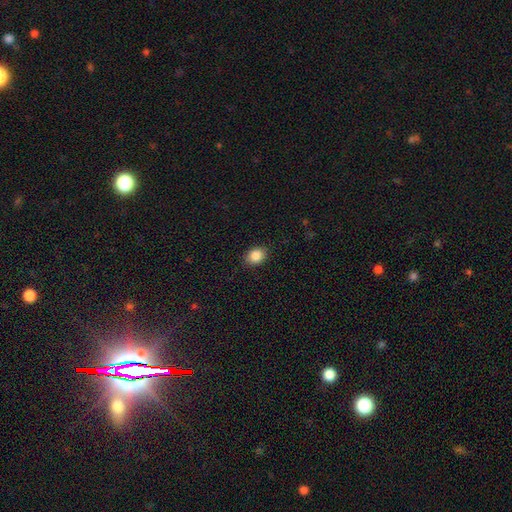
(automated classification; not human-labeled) Overall: smooth (87%). How rounded: in between (62%; round 37%). Merging: none (86%).